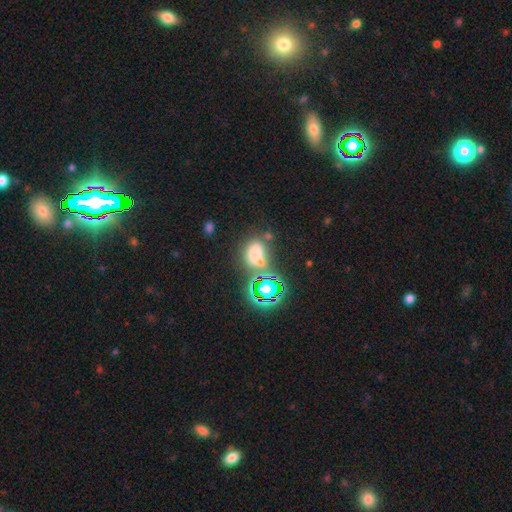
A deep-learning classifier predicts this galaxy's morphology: The model was most divided on "merging": none: 42%, merger: 30%, minor disturbance: 16%, major disturbance: 12%. More confident: how rounded — in between (62%); smooth or featured — smooth (56%).